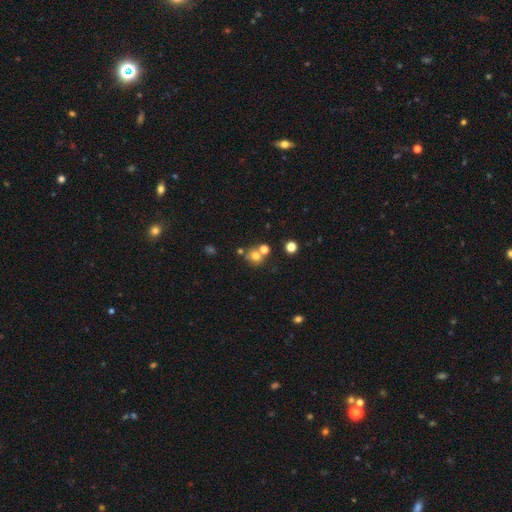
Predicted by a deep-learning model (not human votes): Smooth or featured?
  - smooth: 69% *
  - star or artifact: 18%
  - featured or disk: 13%
How rounded?
  - round: 83% *
  - in between: 16%
  - cigar-shaped: 1%
Merging?
  - none: 57% *
  - merger: 31%
  - minor disturbance: 9%
  - major disturbance: 4%